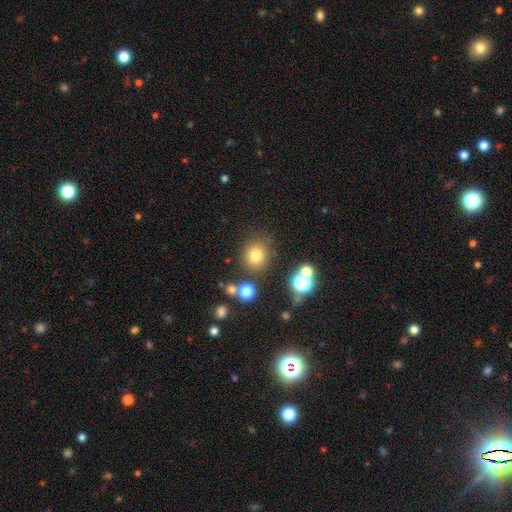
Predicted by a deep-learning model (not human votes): Q: Smooth or featured?
A: smooth (75%); runner-up: star or artifact (17%)
Q: How rounded?
A: round (82%); runner-up: in between (17%)
Q: Merging?
A: none (80%); runner-up: minor disturbance (10%)